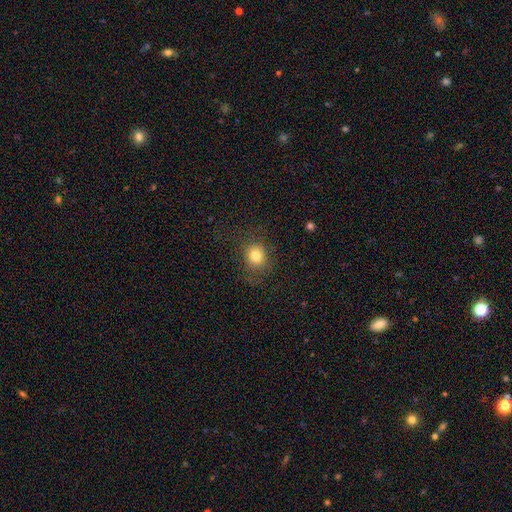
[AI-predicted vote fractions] Overall: smooth (79%). How rounded: round (77%). Merging: none (77%).